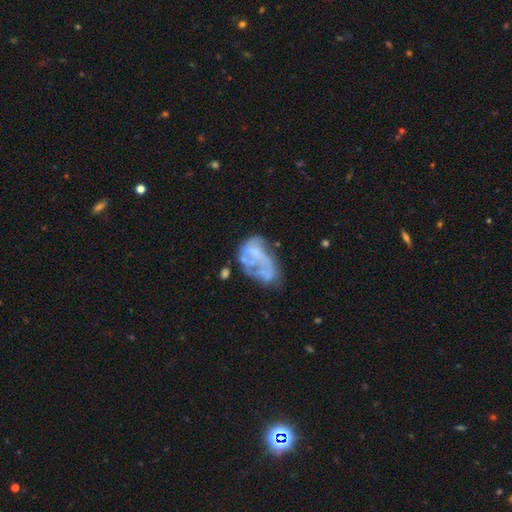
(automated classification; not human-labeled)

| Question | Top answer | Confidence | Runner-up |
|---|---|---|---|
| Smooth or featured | featured or disk | 66% | smooth (24%) |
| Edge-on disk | no | 98% | yes (2%) |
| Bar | no | 77% | weak (18%) |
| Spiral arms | no | 66% | yes (34%) |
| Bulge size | none | 58% | small (30%) |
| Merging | none | 33% | major disturbance (32%) |